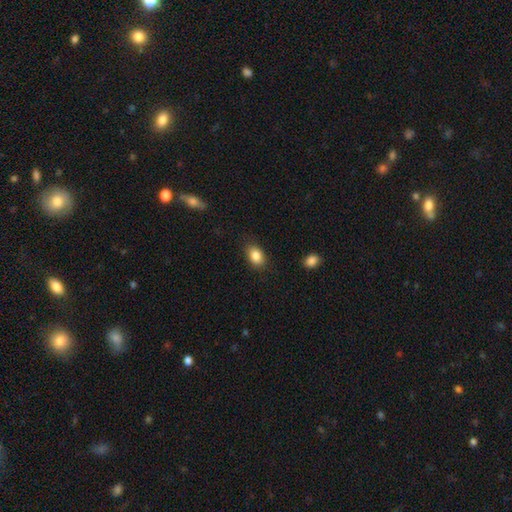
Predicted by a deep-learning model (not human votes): smooth-or-featured: smooth: 86% | star or artifact: 8% | featured or disk: 6%
  how-rounded: in between: 81% | round: 18% | cigar-shaped: 1%
  merging: none: 84% | minor disturbance: 12% | major disturbance: 3% | merger: 1%